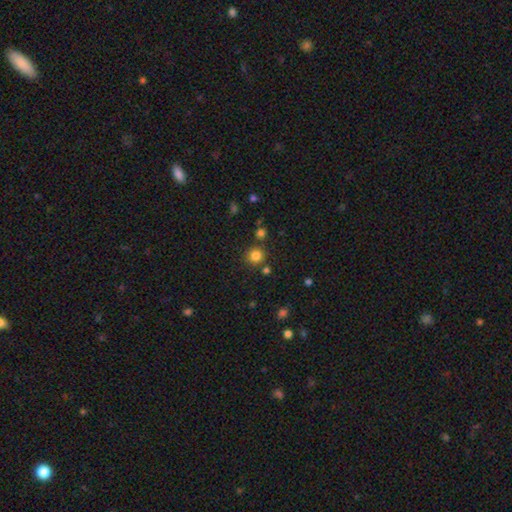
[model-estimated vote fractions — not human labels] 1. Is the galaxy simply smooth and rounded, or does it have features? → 81% smooth, 14% star or artifact, 5% featured or disk.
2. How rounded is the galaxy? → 93% round, 6% in between, 1% cigar-shaped.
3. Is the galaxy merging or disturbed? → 82% none, 8% merger, 7% minor disturbance, 3% major disturbance.